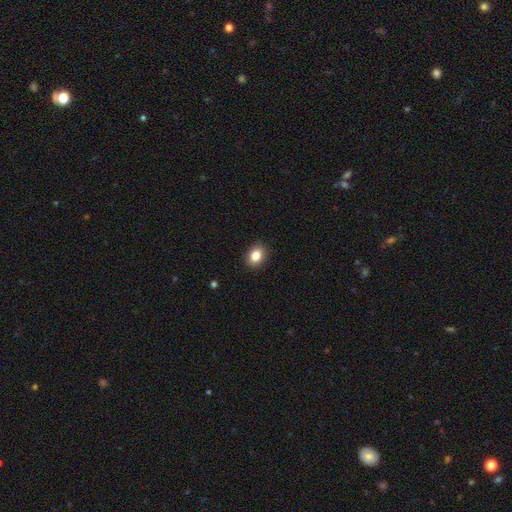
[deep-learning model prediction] Morphology: type=smooth (84%); roundness=in between (58%); merging=none (90%).